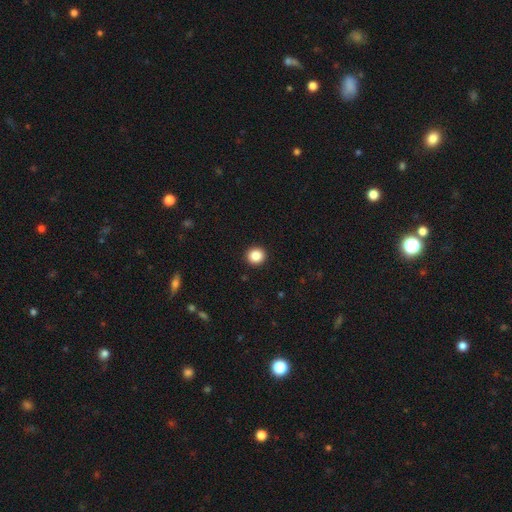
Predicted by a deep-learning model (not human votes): Smooth or featured?
  - smooth: 87% *
  - star or artifact: 10%
  - featured or disk: 4%
How rounded?
  - round: 92% *
  - in between: 8%
  - cigar-shaped: 1%
Merging?
  - none: 93% *
  - minor disturbance: 4%
  - major disturbance: 2%
  - merger: 1%